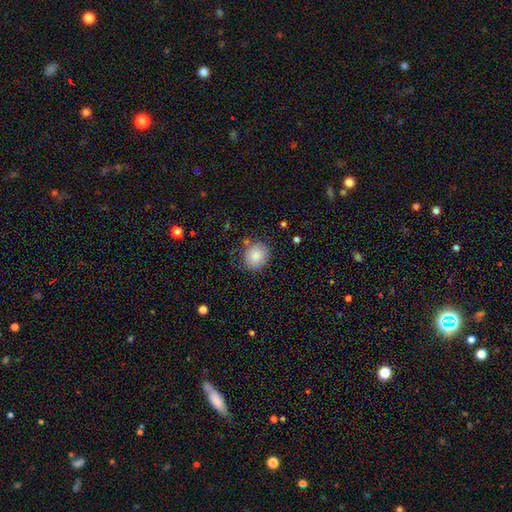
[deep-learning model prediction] This is clearly a smooth galaxy (84%). How rounded: likely round (75%). Merging: likely none (76%).